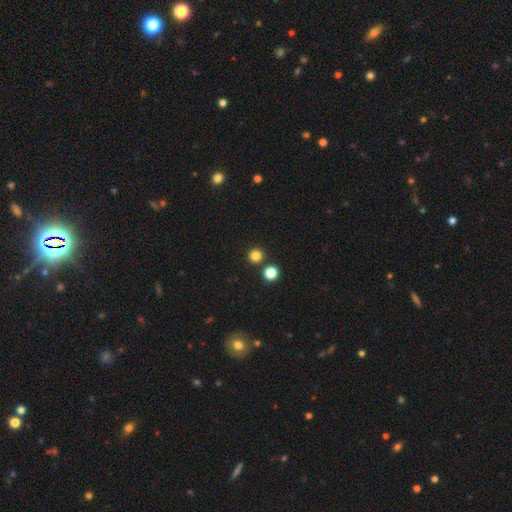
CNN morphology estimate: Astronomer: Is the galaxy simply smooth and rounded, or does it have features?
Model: smooth — 82%.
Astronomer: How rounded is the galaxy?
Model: round — 95%.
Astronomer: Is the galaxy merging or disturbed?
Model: none — 86%.